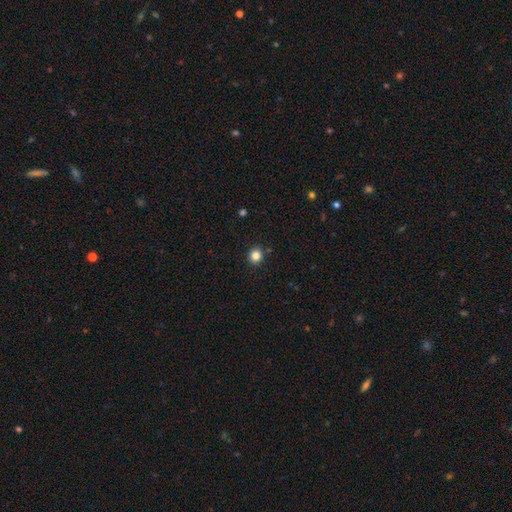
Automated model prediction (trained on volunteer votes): Overall: smooth (83%). How rounded: round (86%). Merging: none (90%).